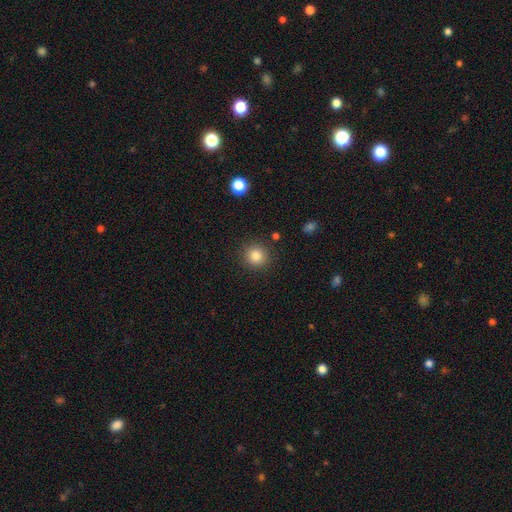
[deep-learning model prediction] This appears to be a smooth galaxy with no disk features (83%) that is round (92%). Merging: none (89%).